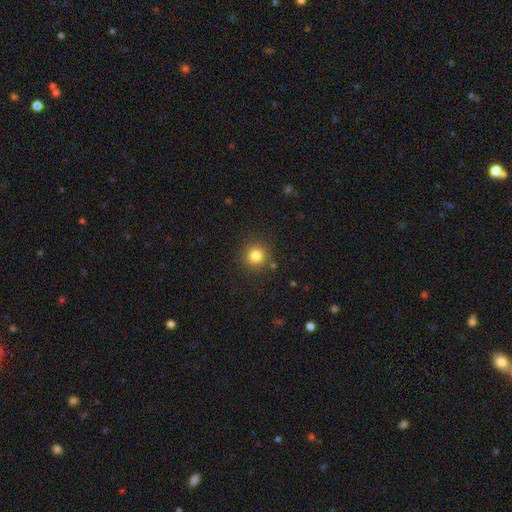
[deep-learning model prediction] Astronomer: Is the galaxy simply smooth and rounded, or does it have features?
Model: smooth — 81%.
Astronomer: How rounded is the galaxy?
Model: round — 94%.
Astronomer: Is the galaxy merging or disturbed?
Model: none — 88%.